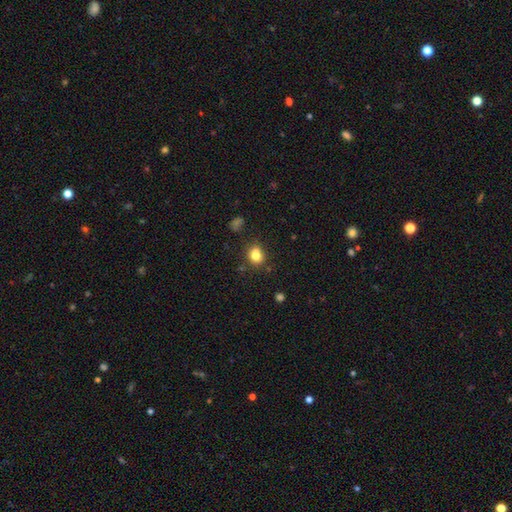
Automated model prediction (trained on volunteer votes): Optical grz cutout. It shows a smooth galaxy with no disk features (81%) that is round (62%). Merging: none (73%).